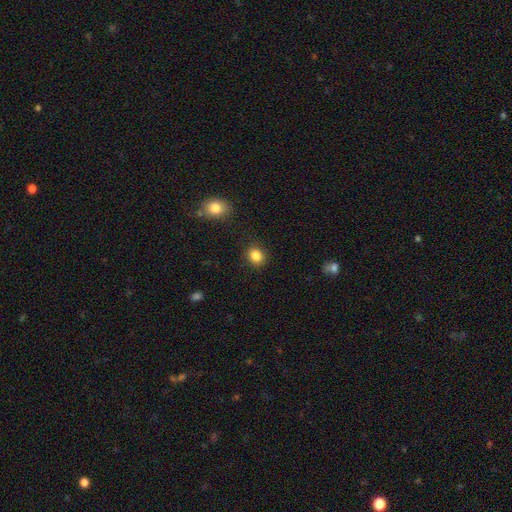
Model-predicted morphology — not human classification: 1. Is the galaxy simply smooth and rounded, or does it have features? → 85% smooth, 10% star or artifact, 5% featured or disk.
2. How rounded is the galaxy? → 70% round, 29% in between, 1% cigar-shaped.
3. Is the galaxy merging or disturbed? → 88% none, 8% minor disturbance, 2% major disturbance, 2% merger.